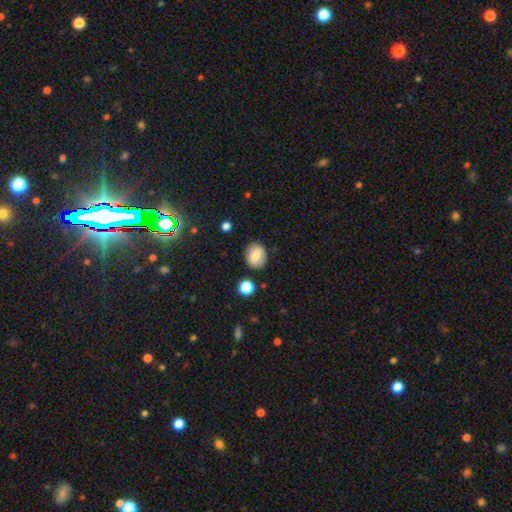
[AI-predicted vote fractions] Smooth or featured?
  - smooth: 76% *
  - featured or disk: 15%
  - star or artifact: 9%
How rounded?
  - round: 57% *
  - in between: 42%
  - cigar-shaped: 1%
Merging?
  - none: 84% *
  - minor disturbance: 11%
  - major disturbance: 3%
  - merger: 2%